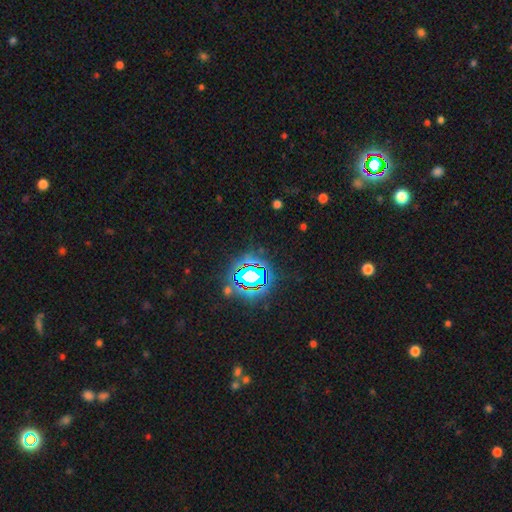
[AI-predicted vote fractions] star or artifact 83%, smooth 10%, featured or disk 7%.